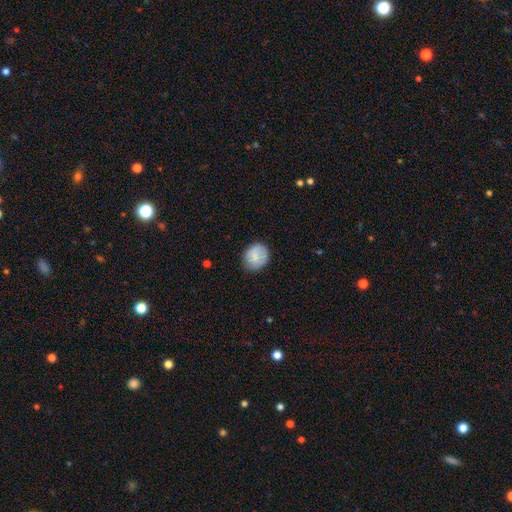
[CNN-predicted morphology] type=smooth (81%); roundness=round (72%); merging=none (81%).